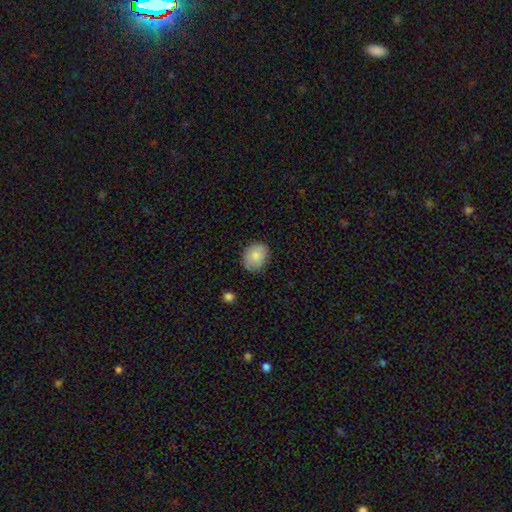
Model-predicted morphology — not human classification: smooth 85%, featured or disk 8%, star or artifact 7%. Down the decision tree: how rounded — round (56%); merging — none (81%).